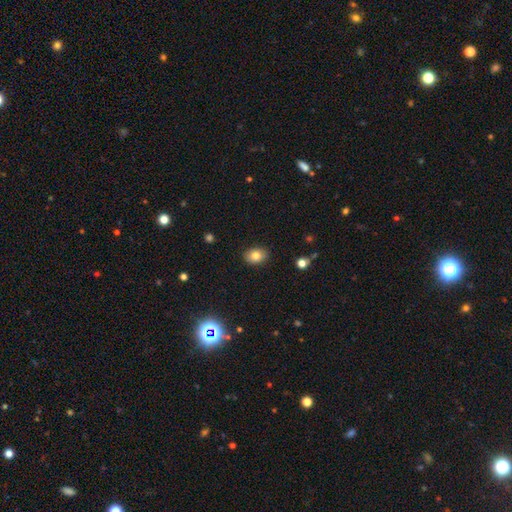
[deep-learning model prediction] Morphology: type=smooth (81%); roundness=in between (71%); merging=none (88%).